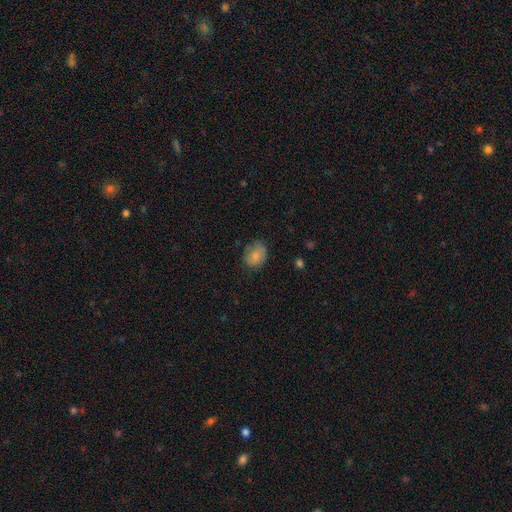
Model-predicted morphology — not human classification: A smooth galaxy with no disk features (82%) that is in between round and cigar-shaped (60%).

Vote fractions:
- Smooth or featured? smooth: 82% / featured or disk: 10% / star or artifact: 8%
- How rounded? in between: 60% / round: 39% / cigar-shaped: 1%
- Merging? none: 70% / minor disturbance: 23% / major disturbance: 6% / merger: 1%